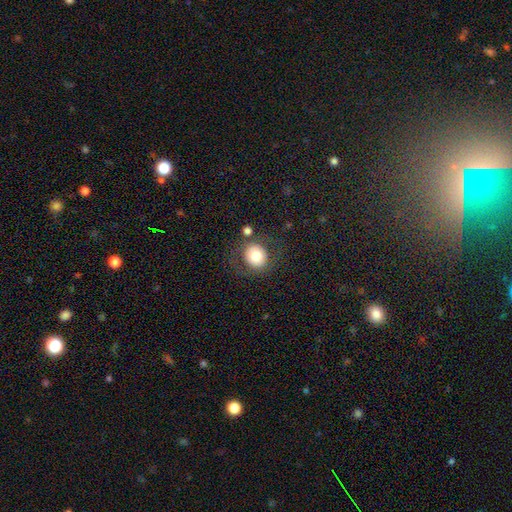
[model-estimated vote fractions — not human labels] This is likely a smooth galaxy (76%). How rounded: clearly round (81%). Merging: likely none (76%).